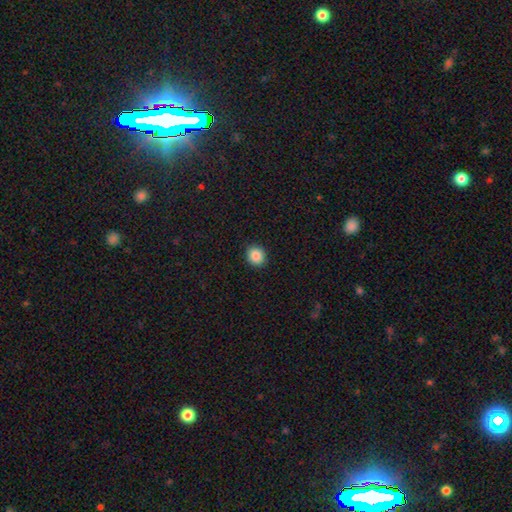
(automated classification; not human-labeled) smooth_or_featured: smooth (p=0.87) [alt: star or artifact p=0.09]
how_rounded: round (p=0.84) [alt: in between p=0.15]
merging: none (p=0.91) [alt: minor disturbance p=0.06]